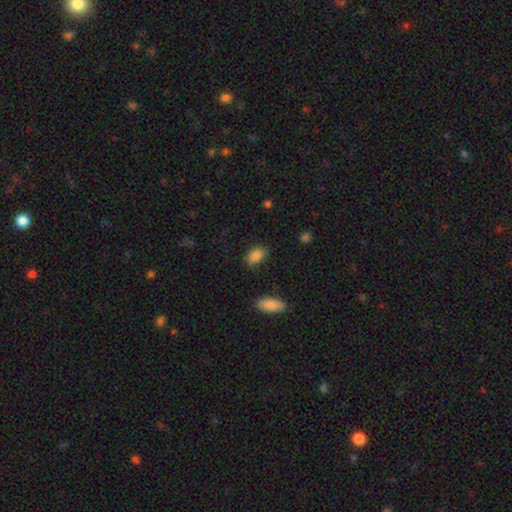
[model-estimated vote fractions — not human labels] Smooth or featured? Predicted: smooth (p=0.87). How rounded? Predicted: in between (p=0.90). Merging? Predicted: none (p=0.79).